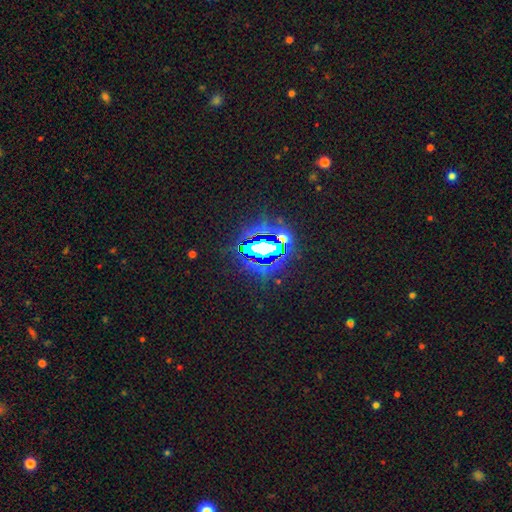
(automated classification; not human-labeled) A star or artifact, not a galaxy (77%).

Vote fractions:
- Smooth or featured? star or artifact: 77% / smooth: 12% / featured or disk: 11%